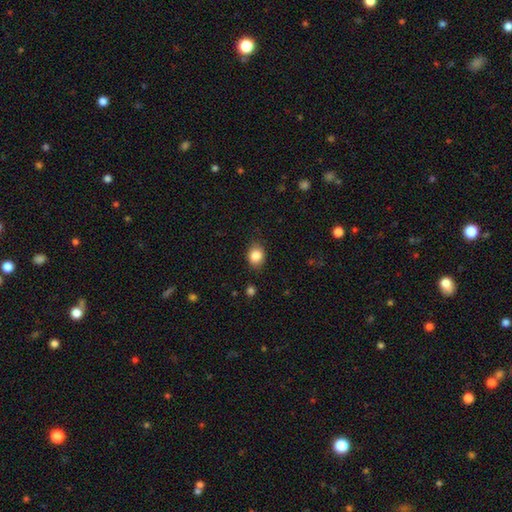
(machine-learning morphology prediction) smooth-or-featured: smooth: 86% | star or artifact: 9% | featured or disk: 5%
  how-rounded: round: 55% | in between: 45% | cigar-shaped: 1%
  merging: none: 83% | minor disturbance: 13% | major disturbance: 3% | merger: 1%